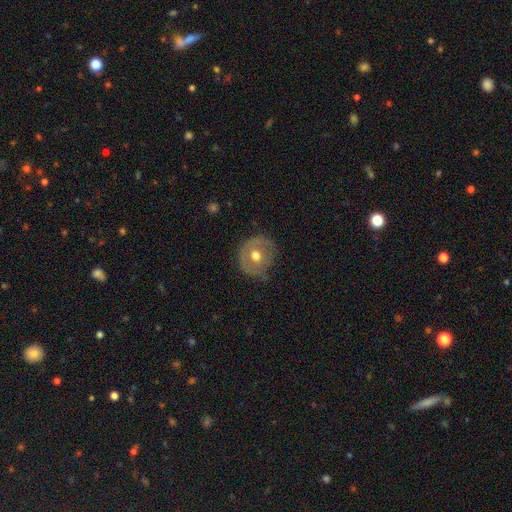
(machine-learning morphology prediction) smooth_or_featured: smooth (p=0.52) [alt: featured or disk p=0.41]
how_rounded: round (p=0.87) [alt: in between p=0.12]
merging: none (p=0.67) [alt: minor disturbance p=0.23]